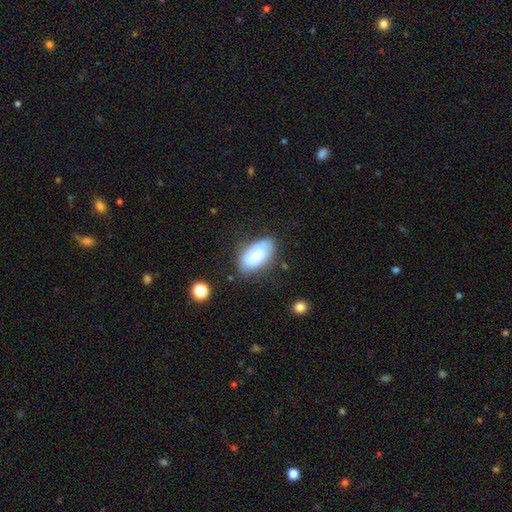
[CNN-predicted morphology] Smooth or featured?
  - smooth: 70% *
  - featured or disk: 22%
  - star or artifact: 8%
How rounded?
  - in between: 94% *
  - cigar-shaped: 3%
  - round: 3%
Merging?
  - none: 65% *
  - minor disturbance: 25%
  - major disturbance: 7%
  - merger: 3%